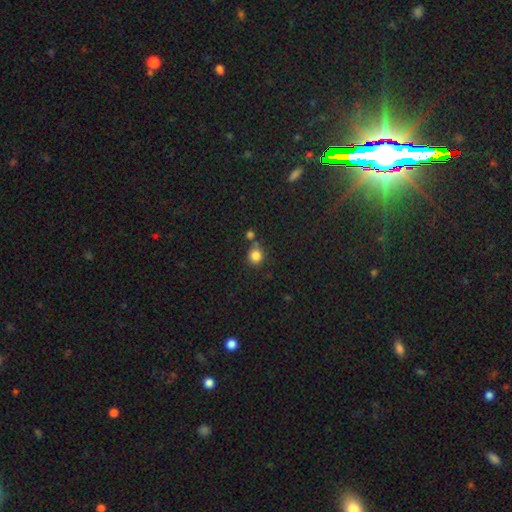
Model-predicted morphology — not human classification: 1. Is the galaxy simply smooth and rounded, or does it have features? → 83% smooth, 12% star or artifact, 5% featured or disk.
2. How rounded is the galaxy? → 88% round, 11% in between, 1% cigar-shaped.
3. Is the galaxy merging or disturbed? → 70% none, 16% merger, 10% minor disturbance, 3% major disturbance.